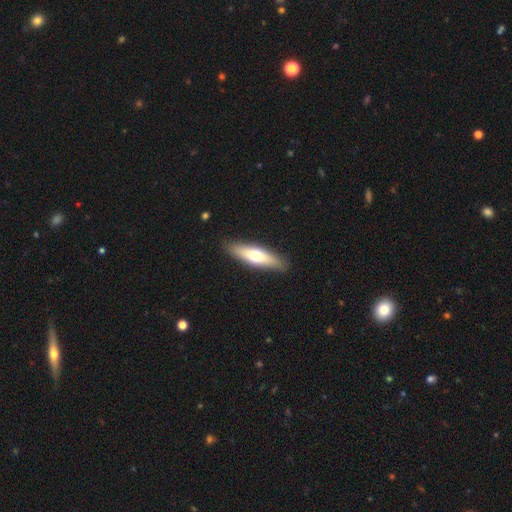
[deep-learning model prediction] A smooth galaxy with no disk features (57%) that is cigar-shaped (64%).

Vote fractions:
- Smooth or featured? smooth: 57% / featured or disk: 38% / star or artifact: 5%
- How rounded? cigar-shaped: 64% / in between: 34% / round: 2%
- Merging? none: 88% / minor disturbance: 9% / major disturbance: 2% / merger: 1%